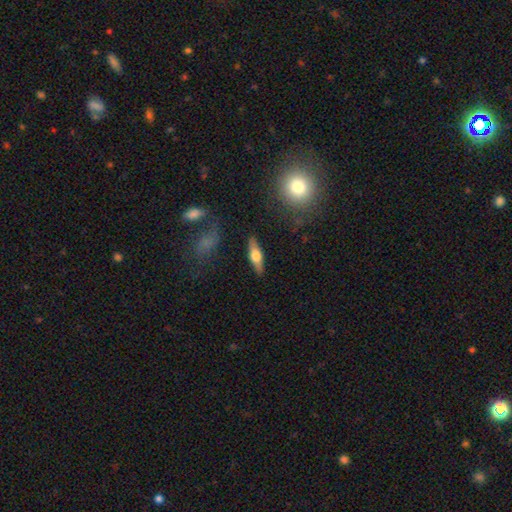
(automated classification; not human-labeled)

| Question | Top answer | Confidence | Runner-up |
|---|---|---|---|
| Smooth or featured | featured or disk | 49% | smooth (45%) |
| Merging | none | 86% | minor disturbance (10%) |